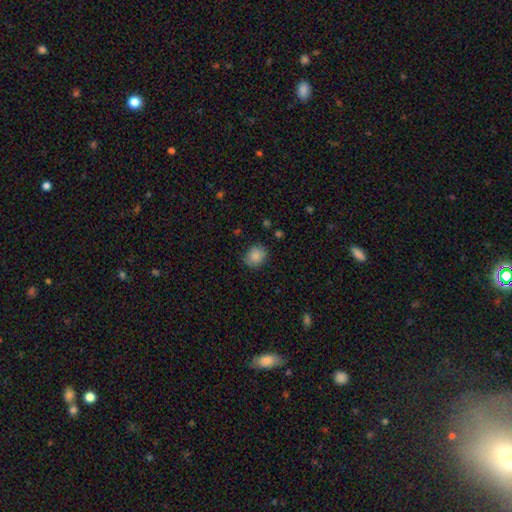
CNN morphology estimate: This is clearly a smooth galaxy (87%). How rounded: likely round (63%). Merging: clearly none (82%).